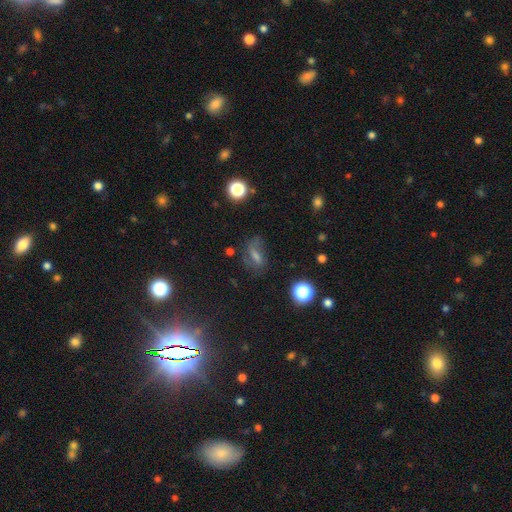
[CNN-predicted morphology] Smooth or featured?
  - featured or disk: 38% *
  - smooth: 34%
  - star or artifact: 28%
Merging?
  - none: 60% *
  - minor disturbance: 21%
  - major disturbance: 15%
  - merger: 4%